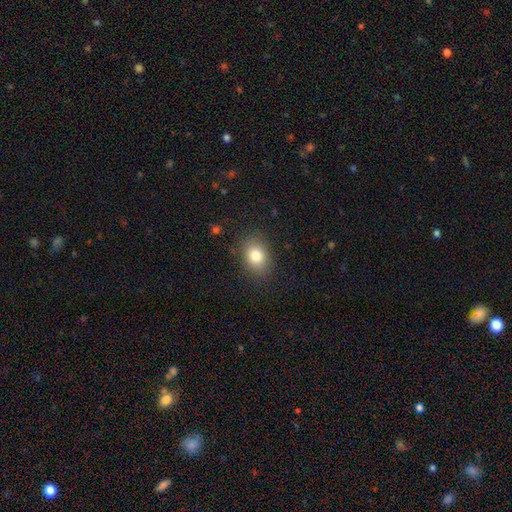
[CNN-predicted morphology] type=smooth (80%); roundness=in between (61%); merging=none (85%).